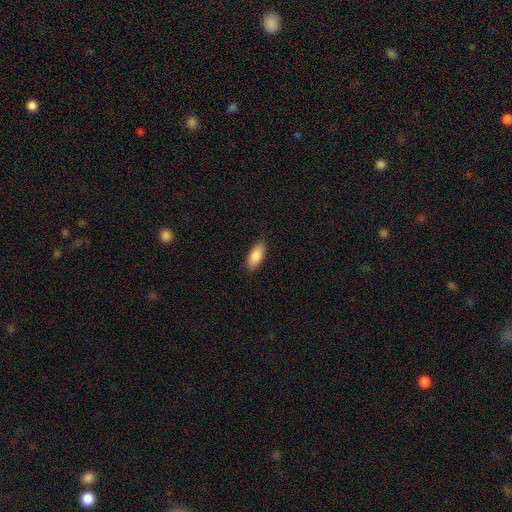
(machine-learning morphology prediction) Smooth or featured: smooth — 86% (featured or disk — 8%)
How rounded: in between — 85% (cigar-shaped — 13%)
Merging: none — 87% (minor disturbance — 10%)